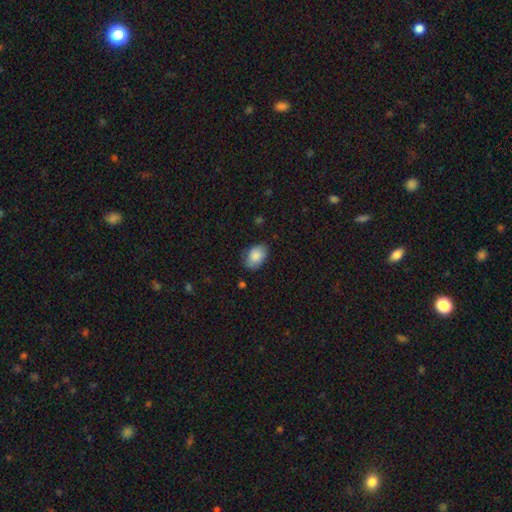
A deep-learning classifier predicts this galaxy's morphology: This appears to be a smooth galaxy with no disk features (86%) that is in between round and cigar-shaped (83%). Merging: none (76%).